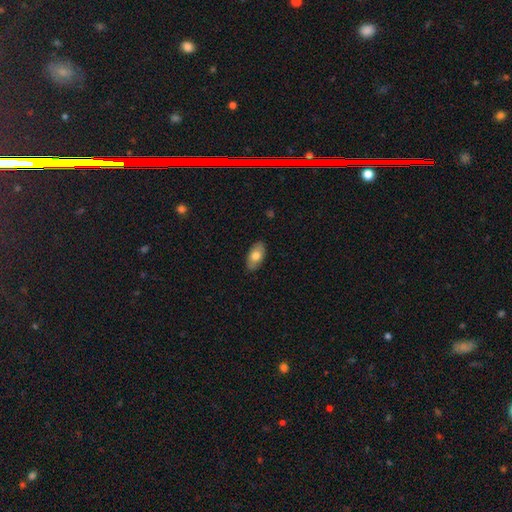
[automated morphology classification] smooth-or-featured: smooth: 75% | featured or disk: 19% | star or artifact: 6%
  how-rounded: in between: 93% | round: 4% | cigar-shaped: 3%
  merging: none: 87% | minor disturbance: 10% | major disturbance: 2% | merger: 1%